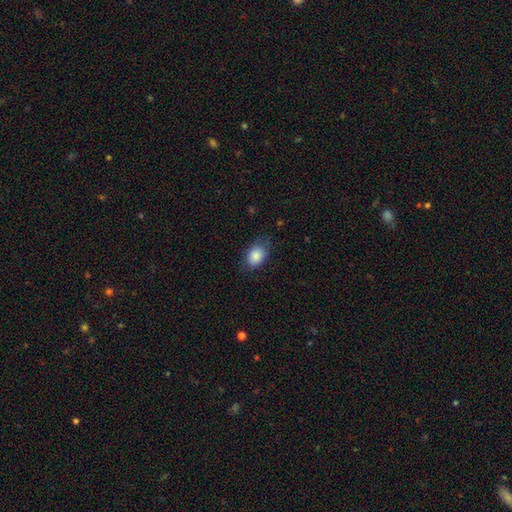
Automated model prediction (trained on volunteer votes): smooth_or_featured: smooth (p=0.86) [alt: star or artifact p=0.08]
how_rounded: in between (p=0.75) [alt: round p=0.24]
merging: none (p=0.71) [alt: minor disturbance p=0.22]